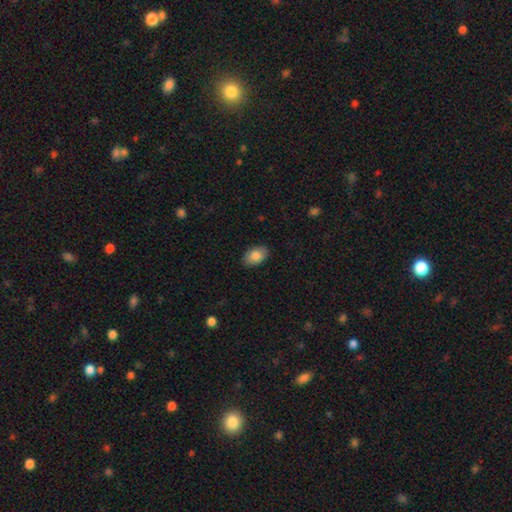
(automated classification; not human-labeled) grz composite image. It shows a smooth galaxy with no disk features (84%) that is in between round and cigar-shaped (90%). Merging: none (87%).